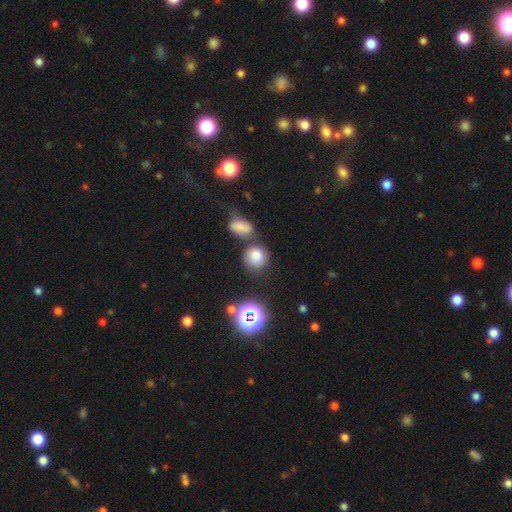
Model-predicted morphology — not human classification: Smooth or featured?
  - smooth: 75% *
  - star or artifact: 15%
  - featured or disk: 10%
How rounded?
  - round: 79% *
  - in between: 20%
  - cigar-shaped: 1%
Merging?
  - none: 56% *
  - merger: 22%
  - minor disturbance: 16%
  - major disturbance: 7%